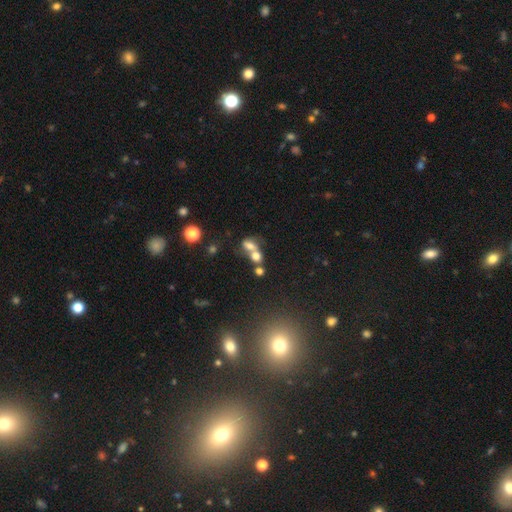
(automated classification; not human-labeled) This is likely a smooth galaxy (63%). How rounded: possibly in between (52%). Merging: likely merger (67%).